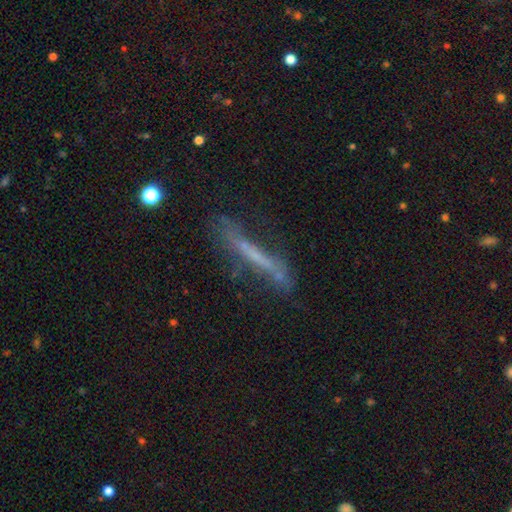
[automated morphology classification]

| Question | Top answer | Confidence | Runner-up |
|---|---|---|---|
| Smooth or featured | featured or disk | 52% | smooth (36%) |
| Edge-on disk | yes | 72% | no (28%) |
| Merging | none | 57% | minor disturbance (24%) |